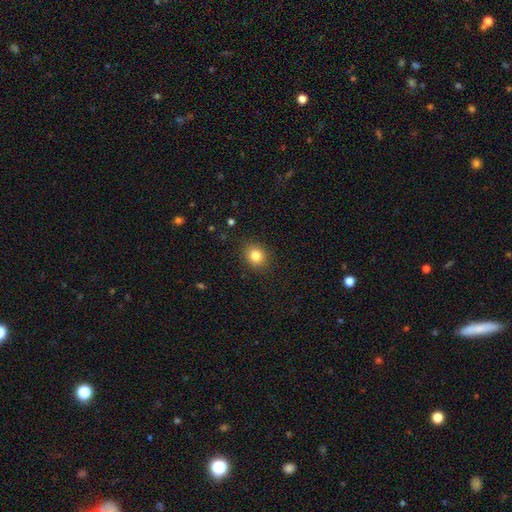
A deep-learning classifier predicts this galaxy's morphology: The model was most divided on "how rounded": round: 67%, in between: 33%, cigar-shaped: 1%. More confident: merging — none (88%); smooth or featured — smooth (83%).